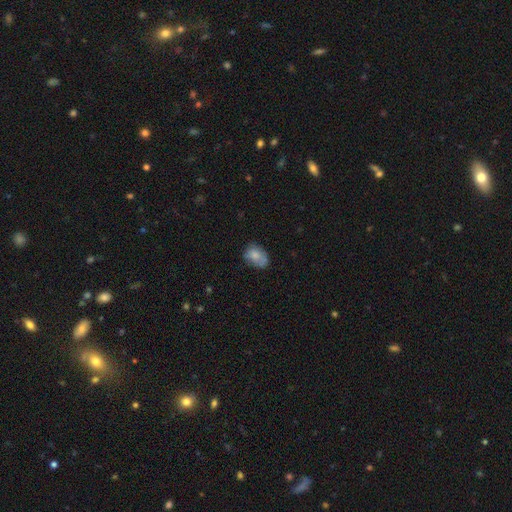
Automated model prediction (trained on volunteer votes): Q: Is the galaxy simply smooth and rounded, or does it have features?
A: smooth — 73%.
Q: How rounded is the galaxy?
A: in between — 76%.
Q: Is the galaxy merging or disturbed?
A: none — 54%.